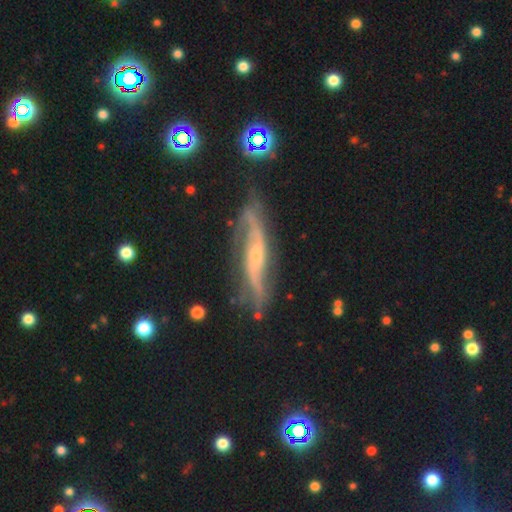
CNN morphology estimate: Smooth or featured? Predicted: featured or disk (p=0.82). Edge-on disk? Predicted: no (p=0.57). Merging? Predicted: none (p=0.71).